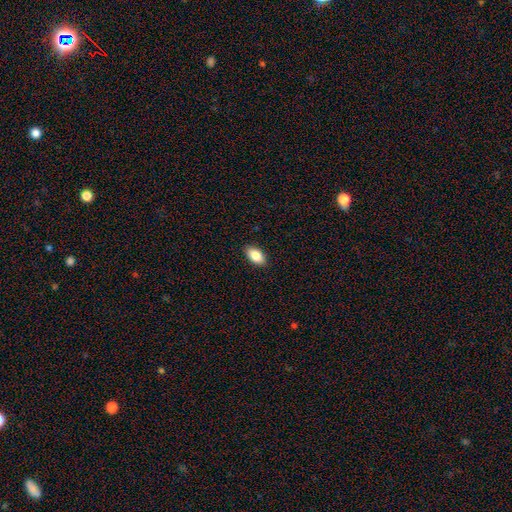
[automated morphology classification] A smooth galaxy with no disk features (86%) that is in between round and cigar-shaped (93%). Merging: none (89%).